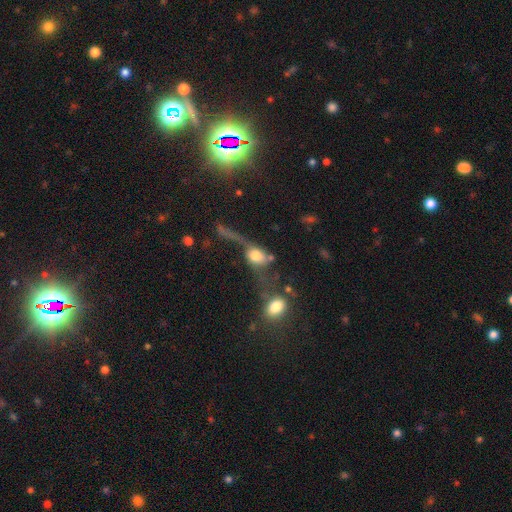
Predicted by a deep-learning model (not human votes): Smooth or featured? smooth (57%)
How rounded? in between (53%)
Merging? major disturbance (36%)